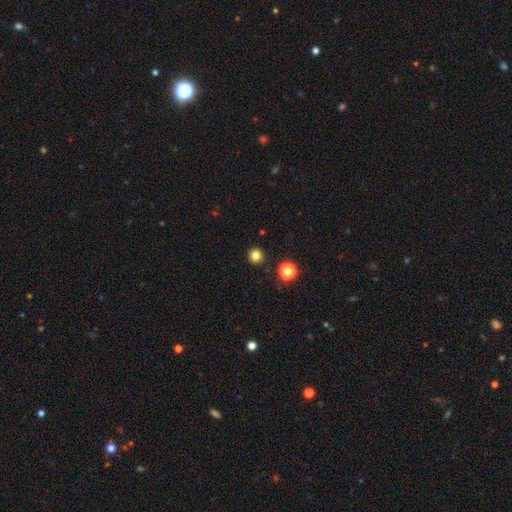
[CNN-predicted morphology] Overall: smooth (81%). How rounded: round (95%). Merging: none (92%).